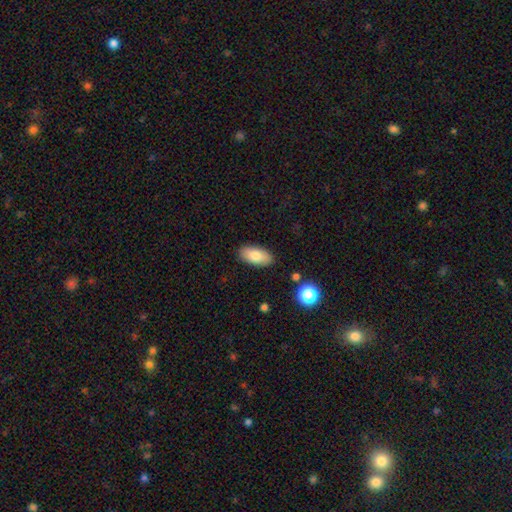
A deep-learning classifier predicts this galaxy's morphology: type=smooth (78%); roundness=in between (91%); merging=none (87%).